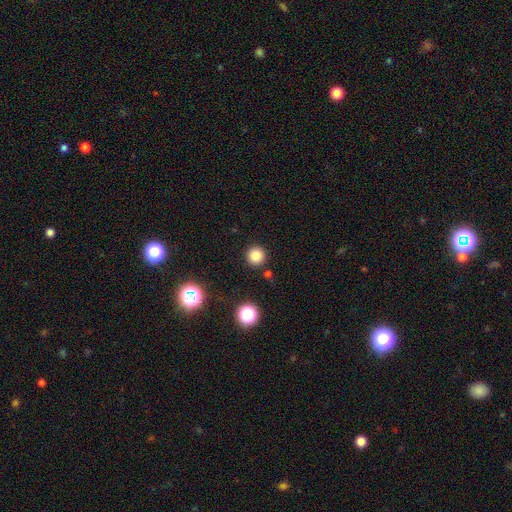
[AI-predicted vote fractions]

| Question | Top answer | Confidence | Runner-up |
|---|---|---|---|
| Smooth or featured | smooth | 82% | star or artifact (13%) |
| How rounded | round | 96% | in between (4%) |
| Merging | none | 90% | minor disturbance (5%) |